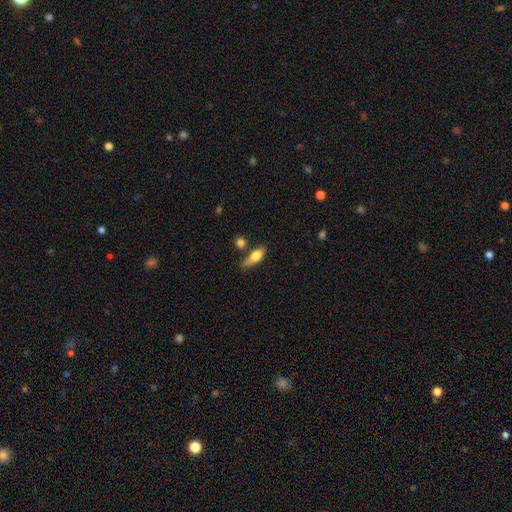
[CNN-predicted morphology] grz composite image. It shows a smooth galaxy with no disk features (67%) that is in between round and cigar-shaped (59%). Merging: none (53%).